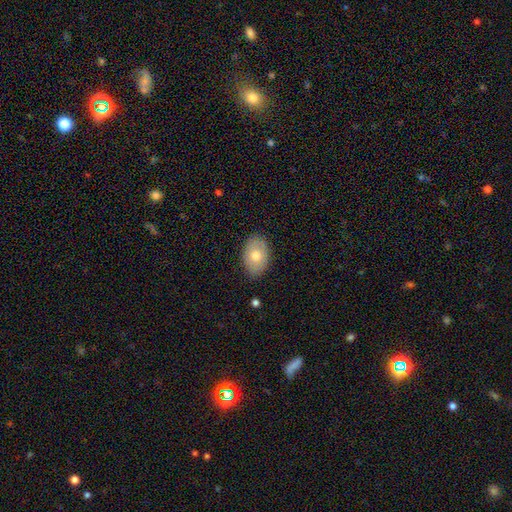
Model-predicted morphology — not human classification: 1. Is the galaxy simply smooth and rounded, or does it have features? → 70% smooth, 23% featured or disk, 7% star or artifact.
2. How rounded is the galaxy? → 86% in between, 13% round, 1% cigar-shaped.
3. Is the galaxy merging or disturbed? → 84% none, 12% minor disturbance, 2% major disturbance, 1% merger.